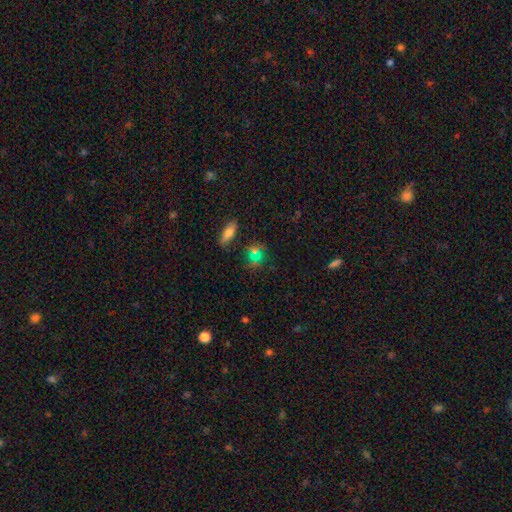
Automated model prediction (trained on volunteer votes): A smooth galaxy with no disk features (54%) that is round (59%).

Vote fractions:
- Smooth or featured? smooth: 54% / star or artifact: 31% / featured or disk: 15%
- How rounded? round: 59% / in between: 37% / cigar-shaped: 4%
- Merging? none: 72% / minor disturbance: 16% / major disturbance: 6% / merger: 6%